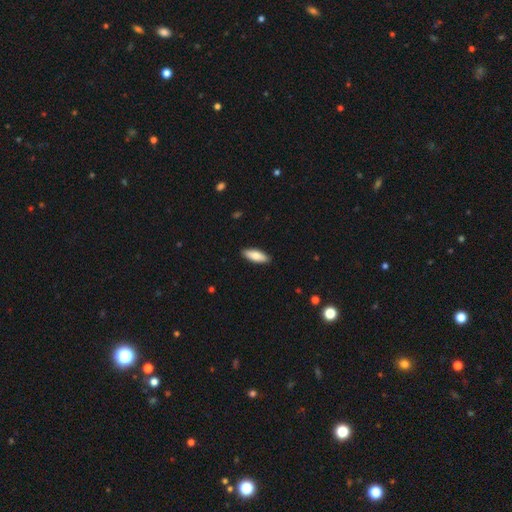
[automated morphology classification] smooth_or_featured: smooth (p=0.80) [alt: featured or disk p=0.14]
how_rounded: in between (p=0.65) [alt: cigar-shaped p=0.33]
merging: none (p=0.90) [alt: minor disturbance p=0.07]